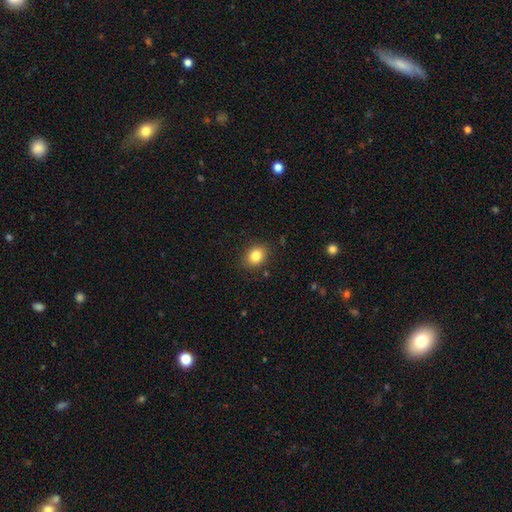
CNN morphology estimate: A smooth galaxy with no disk features (83%) that is in between round and cigar-shaped (50%). Merging: none (87%).